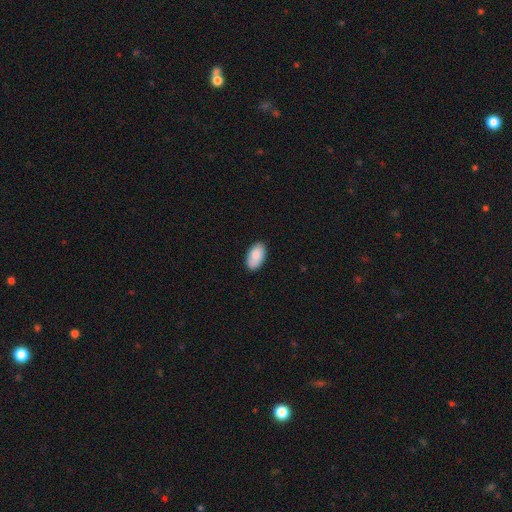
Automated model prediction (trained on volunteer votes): smooth-or-featured: smooth: 85% | featured or disk: 9% | star or artifact: 6%
  how-rounded: in between: 95% | round: 3% | cigar-shaped: 2%
  merging: none: 85% | minor disturbance: 12% | major disturbance: 2% | merger: 1%